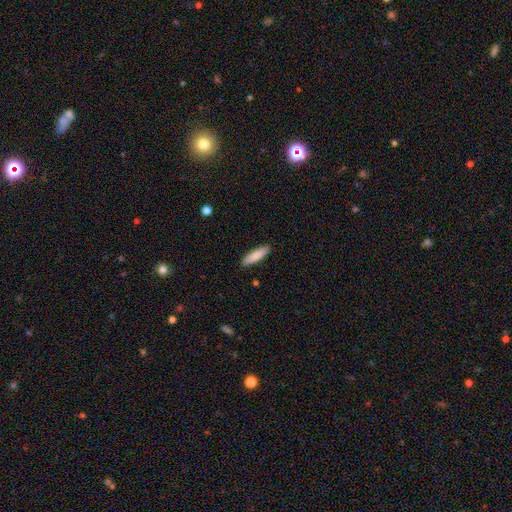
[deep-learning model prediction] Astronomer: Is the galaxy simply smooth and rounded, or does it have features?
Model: smooth — 85%.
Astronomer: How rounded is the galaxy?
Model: cigar-shaped — 68%.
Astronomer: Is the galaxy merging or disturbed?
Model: none — 90%.